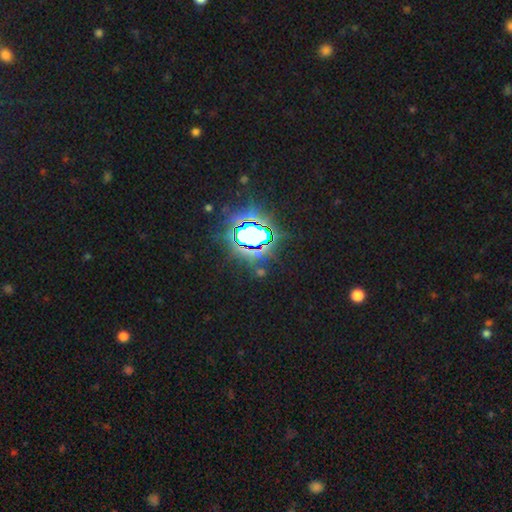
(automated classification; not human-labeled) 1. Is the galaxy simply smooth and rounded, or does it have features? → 82% star or artifact, 11% smooth, 7% featured or disk.